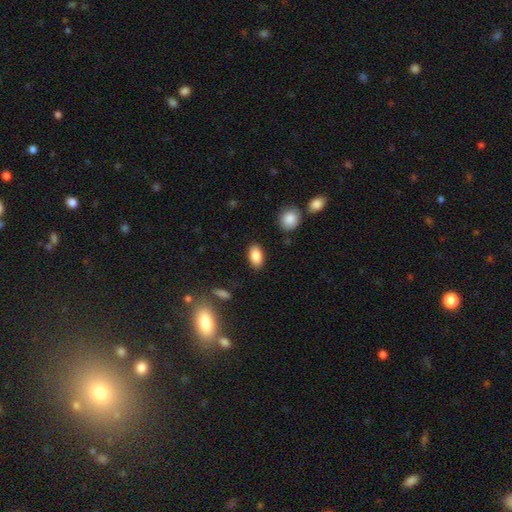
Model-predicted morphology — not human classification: Smooth or featured?
  - smooth: 86% *
  - star or artifact: 8%
  - featured or disk: 6%
How rounded?
  - in between: 92% *
  - round: 6%
  - cigar-shaped: 3%
Merging?
  - none: 86% *
  - minor disturbance: 10%
  - major disturbance: 3%
  - merger: 2%